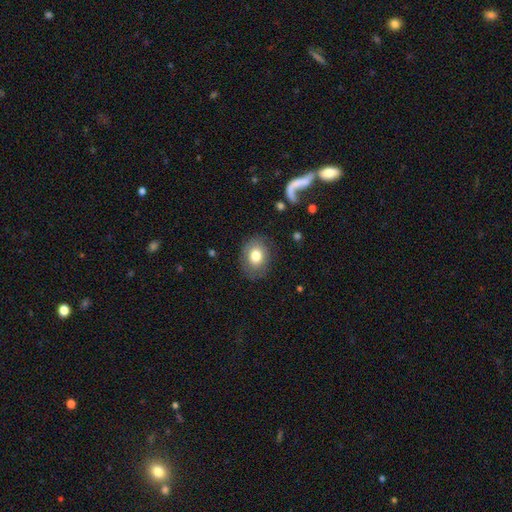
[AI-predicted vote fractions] Smooth or featured? smooth (77%)
How rounded? in between (58%)
Merging? none (81%)